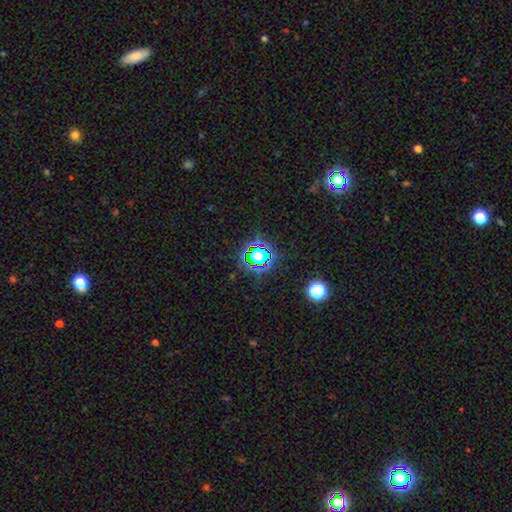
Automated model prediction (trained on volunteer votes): Q: Smooth or featured?
A: star or artifact (63%); runner-up: smooth (26%)